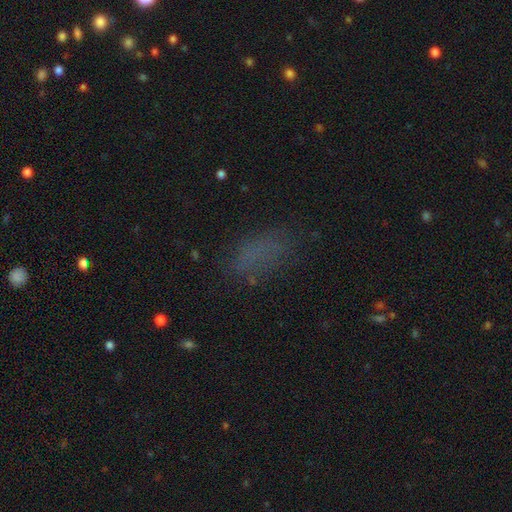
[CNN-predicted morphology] Smooth or featured: smooth — 65% (star or artifact — 25%)
How rounded: in between — 85% (cigar-shaped — 8%)
Merging: none — 70% (minor disturbance — 17%)